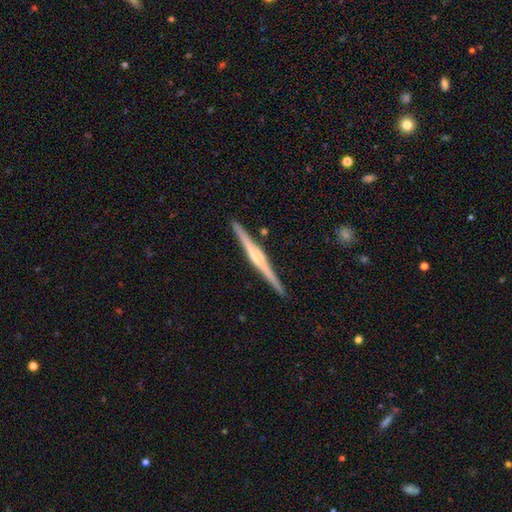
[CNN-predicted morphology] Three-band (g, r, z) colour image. It shows a featured or disk galaxy (83%) viewed edge-on (99%) with a rounded central bulge (68%). Merging: none (91%).